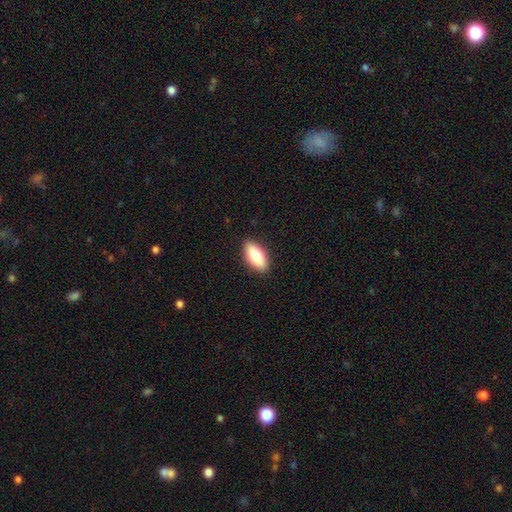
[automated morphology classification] The model was most divided on "smooth or featured": smooth: 78%, featured or disk: 16%, star or artifact: 6%. More confident: merging — none (89%); how rounded — in between (87%).